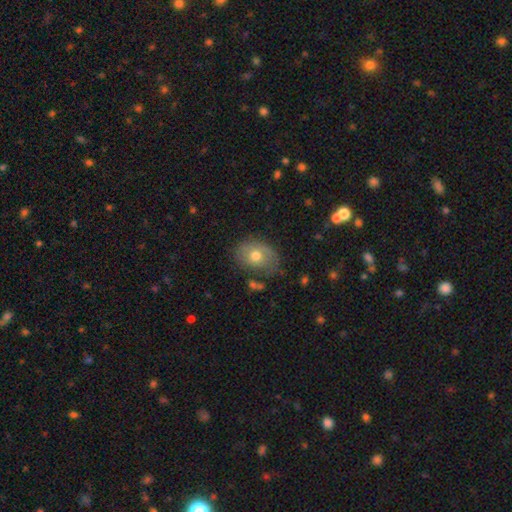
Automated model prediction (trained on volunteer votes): Smooth or featured? smooth (65%)
How rounded? in between (70%)
Merging? none (59%)